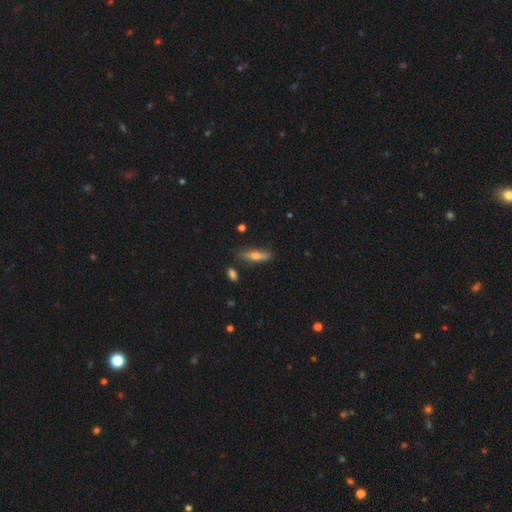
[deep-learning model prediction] smooth_or_featured: smooth (p=0.59) [alt: featured or disk p=0.34]
how_rounded: cigar-shaped (p=0.73) [alt: in between p=0.25]
merging: none (p=0.80) [alt: minor disturbance p=0.14]